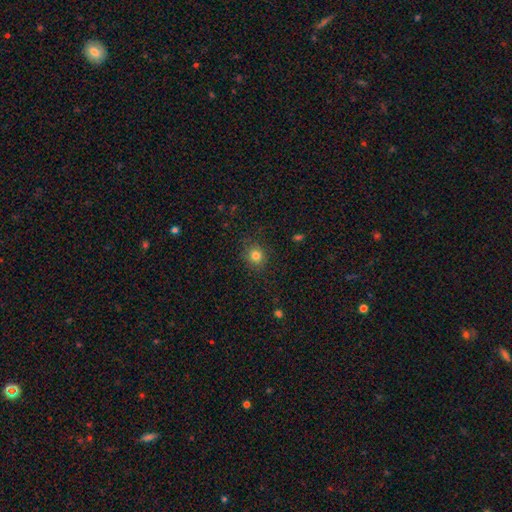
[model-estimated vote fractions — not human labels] Smooth or featured: smooth — 80% (star or artifact — 13%)
How rounded: round — 82% (in between — 17%)
Merging: none — 84% (minor disturbance — 11%)